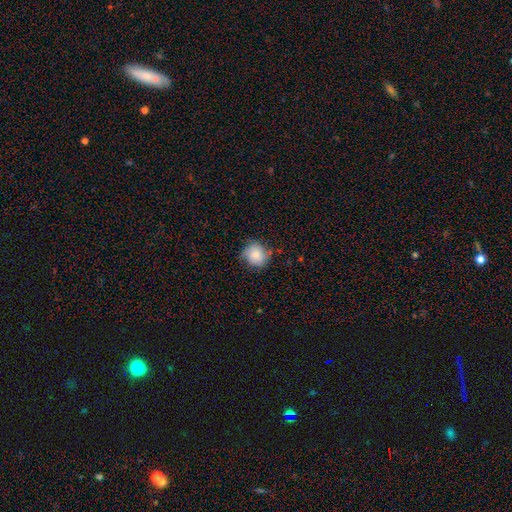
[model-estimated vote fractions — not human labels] The model was most divided on "merging": none: 69%, minor disturbance: 25%, major disturbance: 5%, merger: 1%. More confident: how rounded — round (84%); smooth or featured — smooth (72%).